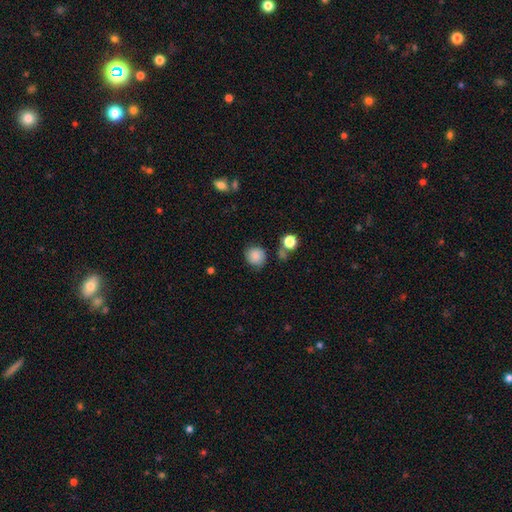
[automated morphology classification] Overall: smooth (82%). How rounded: round (87%). Merging: none (73%).